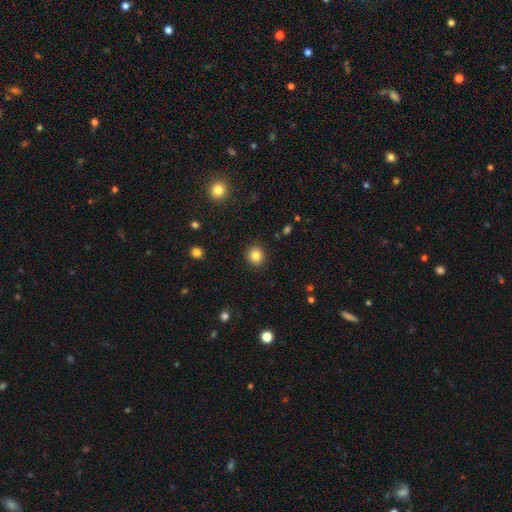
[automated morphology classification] type=smooth (84%); roundness=round (89%); merging=none (91%).